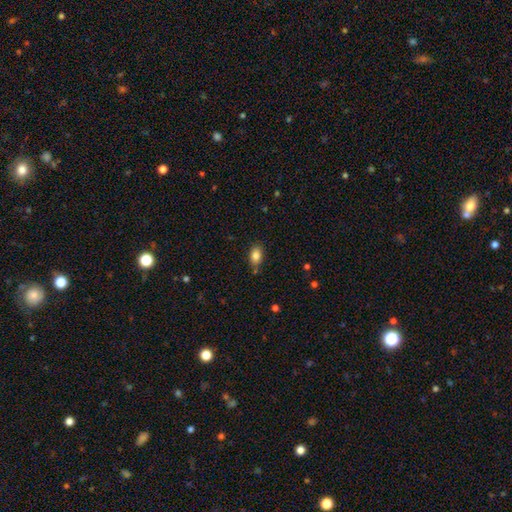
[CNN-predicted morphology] A smooth galaxy with no disk features (84%) that is in between round and cigar-shaped (85%).

Vote fractions:
- Smooth or featured? smooth: 84% / star or artifact: 9% / featured or disk: 7%
- How rounded? in between: 85% / round: 13% / cigar-shaped: 2%
- Merging? none: 78% / minor disturbance: 14% / merger: 5% / major disturbance: 3%